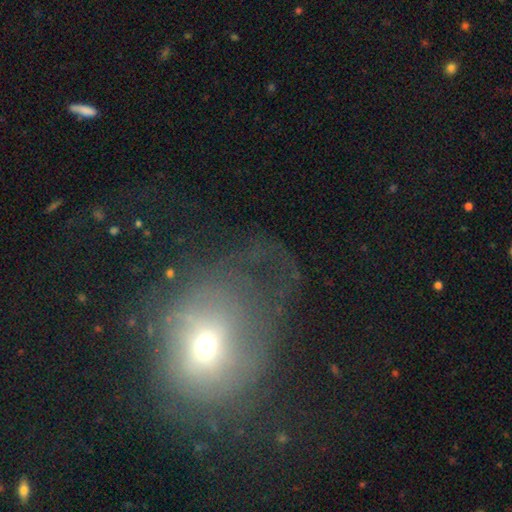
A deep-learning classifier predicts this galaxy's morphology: Smooth or featured: smooth — 46% (featured or disk — 32%)
Merging: major disturbance — 45% (none — 34%)